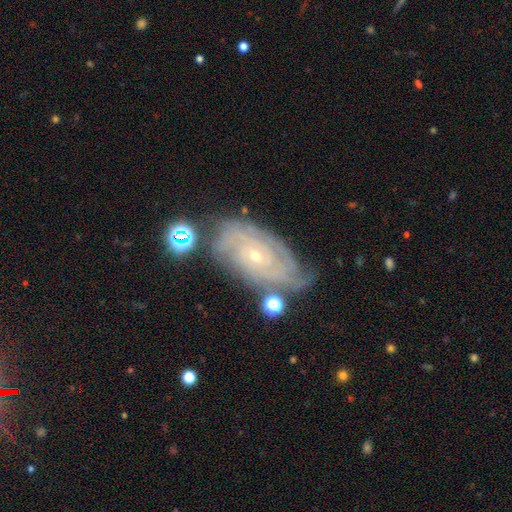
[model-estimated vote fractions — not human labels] Smooth or featured: featured or disk — 86% (smooth — 7%)
Edge-on disk: no — 95% (yes — 5%)
Bar: no — 75% (weak — 20%)
Spiral arms: yes — 97% (no — 3%)
Spiral winding: tight — 77% (medium — 19%)
Spiral arm count: can't tell — 31% (4 — 20%)
Bulge size: small — 77% (moderate — 20%)
Merging: none — 68% (minor disturbance — 21%)